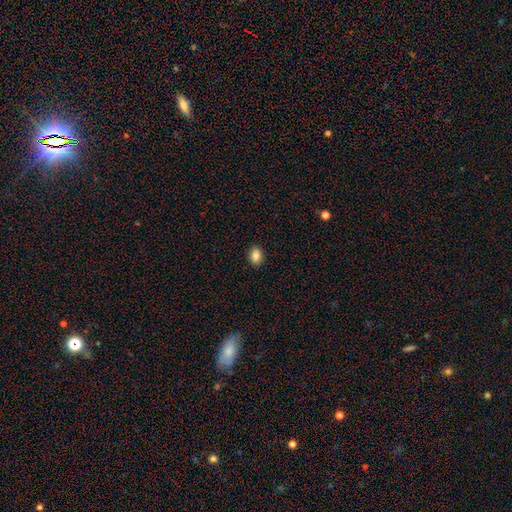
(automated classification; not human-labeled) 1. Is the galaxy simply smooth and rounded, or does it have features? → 85% smooth, 9% star or artifact, 5% featured or disk.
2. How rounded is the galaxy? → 64% in between, 35% round, 1% cigar-shaped.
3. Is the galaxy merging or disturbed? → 90% none, 7% minor disturbance, 2% major disturbance, 1% merger.